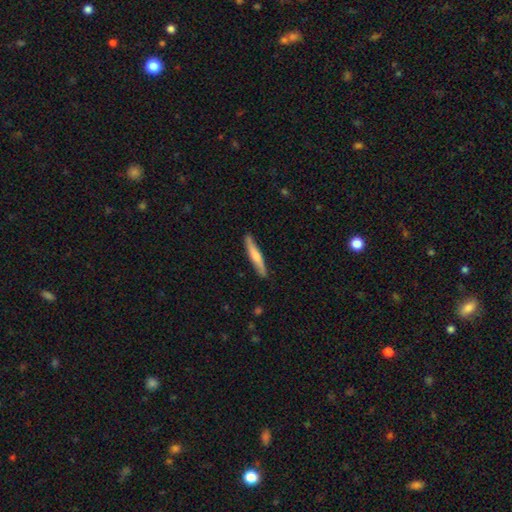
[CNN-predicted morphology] type=smooth (62%); roundness=cigar-shaped (93%); merging=none (87%).